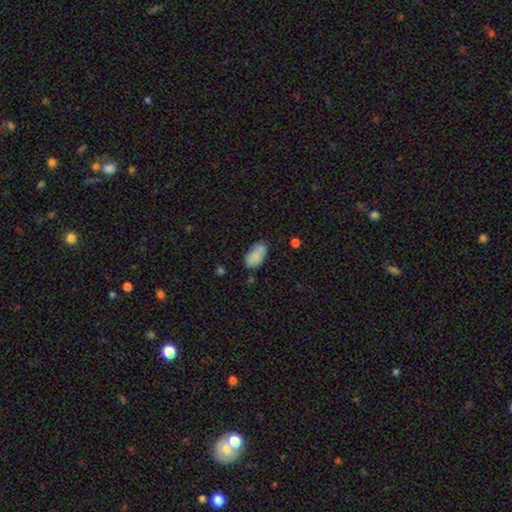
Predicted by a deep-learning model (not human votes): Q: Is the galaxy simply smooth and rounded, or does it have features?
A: smooth — 83%.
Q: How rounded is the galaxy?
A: in between — 93%.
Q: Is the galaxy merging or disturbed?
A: none — 63%.